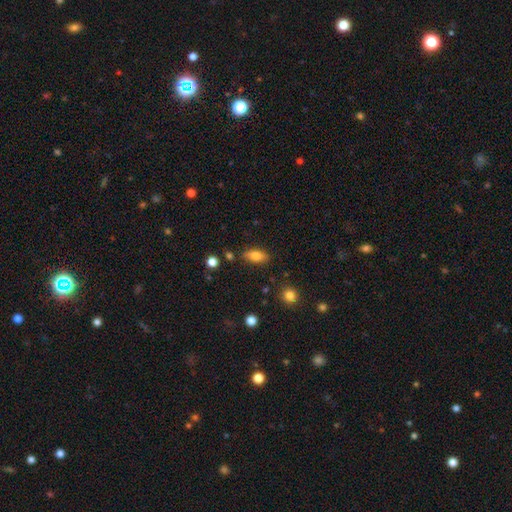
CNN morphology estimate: smooth-or-featured: smooth: 76% | featured or disk: 17% | star or artifact: 8%
  how-rounded: in between: 84% | cigar-shaped: 12% | round: 4%
  merging: none: 82% | minor disturbance: 12% | merger: 3% | major disturbance: 3%